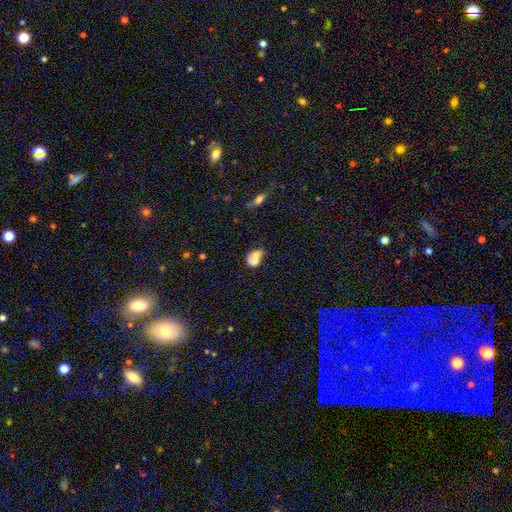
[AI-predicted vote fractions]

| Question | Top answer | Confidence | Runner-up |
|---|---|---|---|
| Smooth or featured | smooth | 55% | featured or disk (34%) |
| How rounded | in between | 71% | round (26%) |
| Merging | merger | 38% | none (26%) |